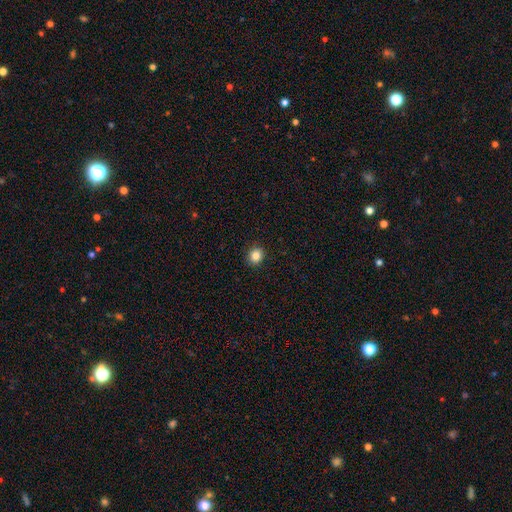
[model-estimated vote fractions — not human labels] Smooth or featured? Predicted: smooth (p=0.85). How rounded? Predicted: round (p=0.75). Merging? Predicted: none (p=0.91).